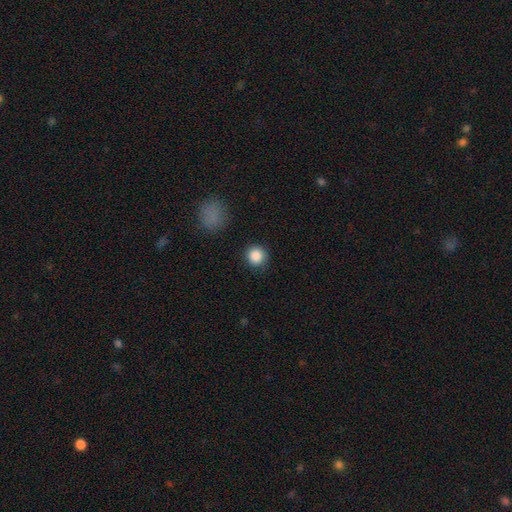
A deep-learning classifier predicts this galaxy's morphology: Smooth or featured: smooth — 87% (star or artifact — 10%)
How rounded: round — 92% (in between — 7%)
Merging: none — 87% (minor disturbance — 9%)